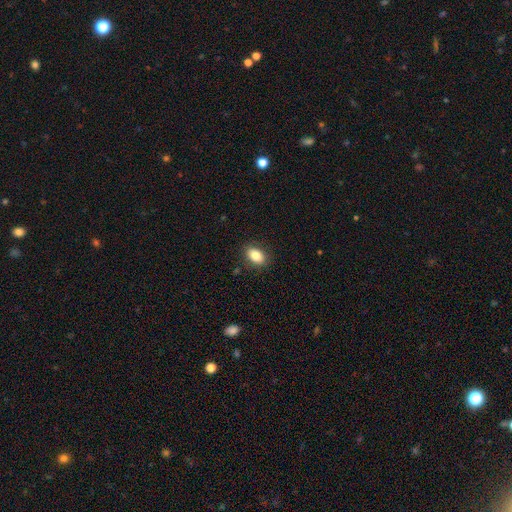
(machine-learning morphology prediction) Smooth or featured: smooth — 84% (featured or disk — 8%)
How rounded: in between — 85% (round — 13%)
Merging: none — 87% (minor disturbance — 10%)